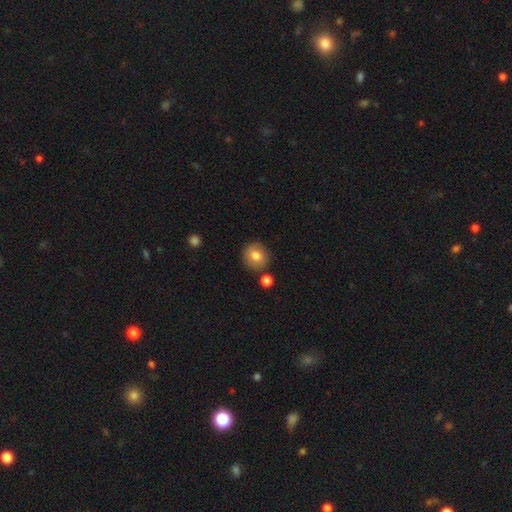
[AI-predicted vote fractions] smooth_or_featured: smooth (p=0.79) [alt: featured or disk p=0.11]
how_rounded: round (p=0.89) [alt: in between p=0.10]
merging: none (p=0.84) [alt: minor disturbance p=0.08]